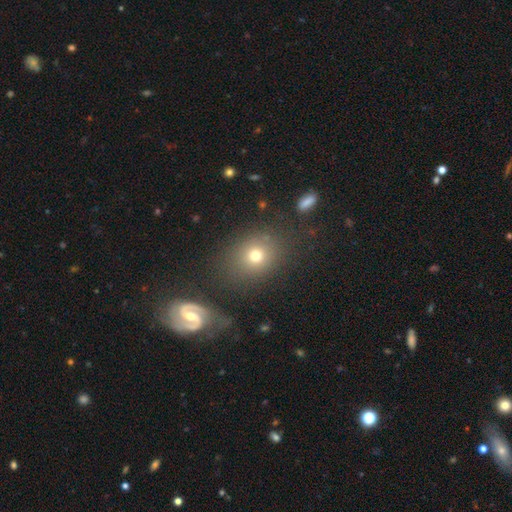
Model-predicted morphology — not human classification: The model was most divided on "how rounded": round: 60%, in between: 38%, cigar-shaped: 1%. More confident: merging — none (75%); smooth or featured — smooth (72%).